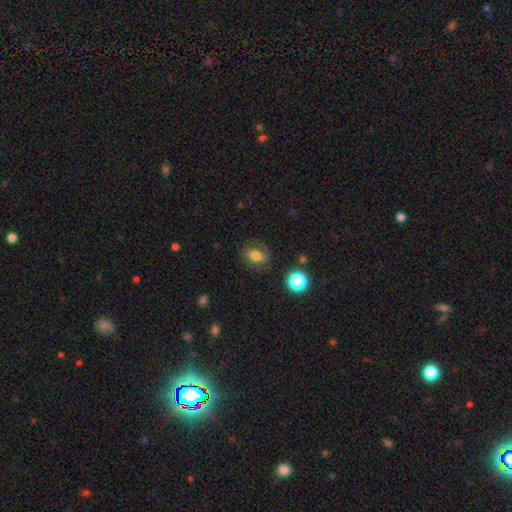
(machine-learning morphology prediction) This appears to be a smooth galaxy with no disk features (64%) that is in between round and cigar-shaped (63%). Merging: none (75%).